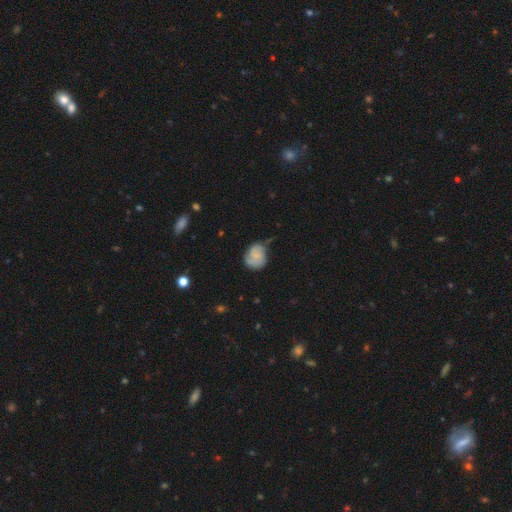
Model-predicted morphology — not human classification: type=smooth (52%); roundness=round (57%); merging=none (46%).